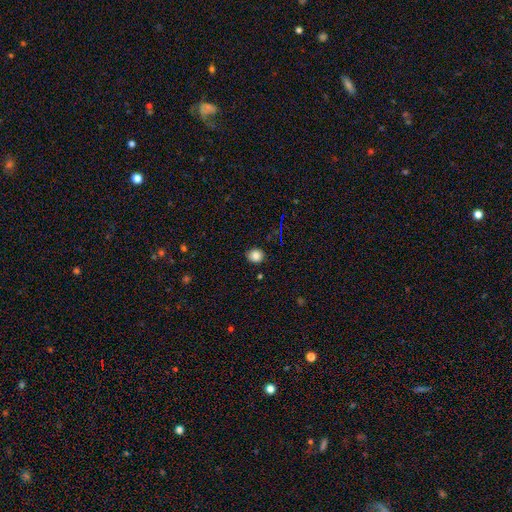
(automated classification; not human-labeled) Morphology: type=smooth (83%); roundness=round (80%); merging=none (87%).